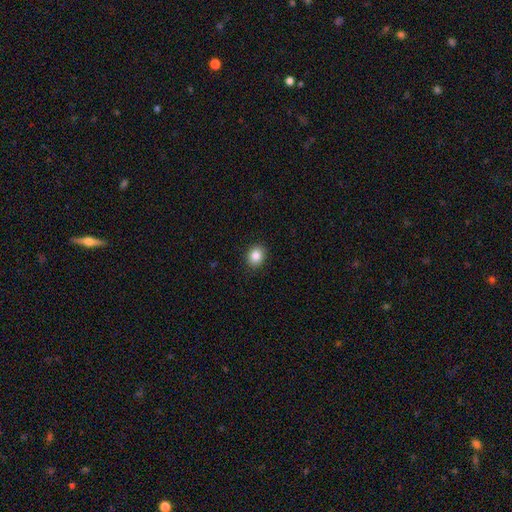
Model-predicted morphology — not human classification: smooth 85%, star or artifact 9%, featured or disk 5%. Down the decision tree: how rounded — round (61%); merging — none (90%).